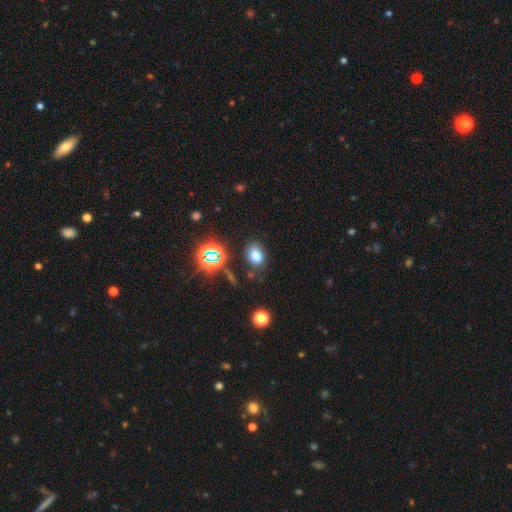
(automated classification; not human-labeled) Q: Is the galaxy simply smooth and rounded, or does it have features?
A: smooth — 72%.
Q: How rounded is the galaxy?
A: in between — 67%.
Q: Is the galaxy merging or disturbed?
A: none — 78%.